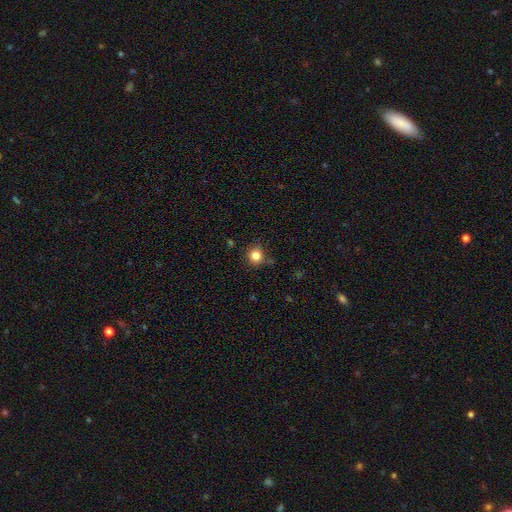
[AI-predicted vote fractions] Smooth or featured? smooth (83%)
How rounded? round (87%)
Merging? none (77%)